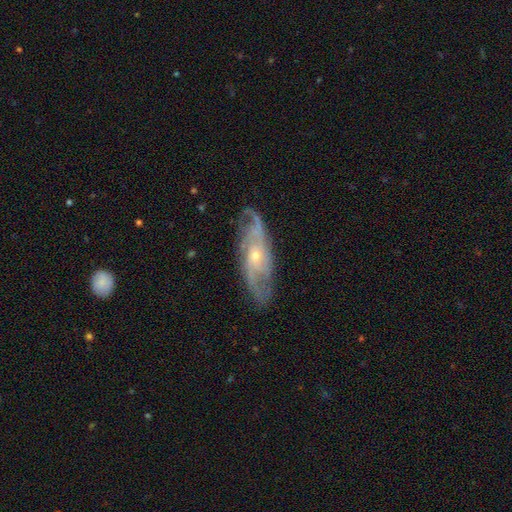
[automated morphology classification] This is clearly a featured or disk galaxy (85%). It is clearly not viewed edge-on (85%). Bar: likely no (70%). Spiral arm pattern: clearly yes (95%). Spiral arm count: marginally 2 (37%). Spiral winding: marginally medium (43%). Central bulge: likely small (65%). Merging: likely none (77%).